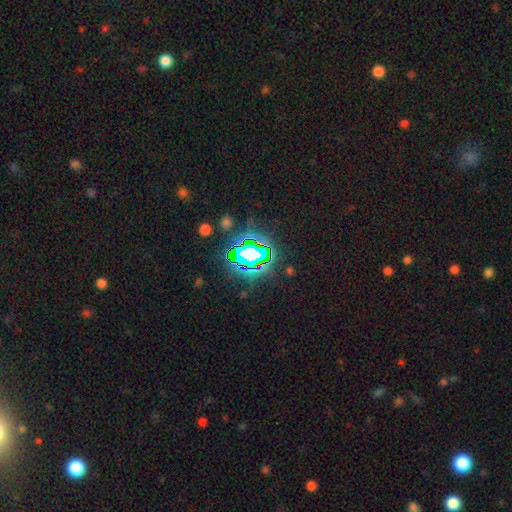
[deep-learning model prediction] Smooth or featured? Predicted: star or artifact (p=0.78).